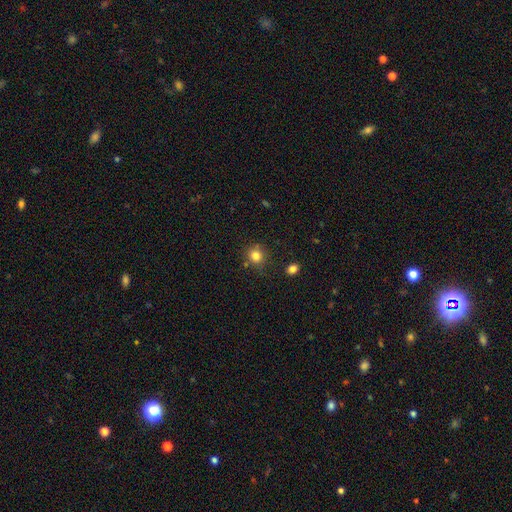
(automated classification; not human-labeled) This appears to be a smooth galaxy with no disk features (82%) that is round (86%). Merging: none (80%).